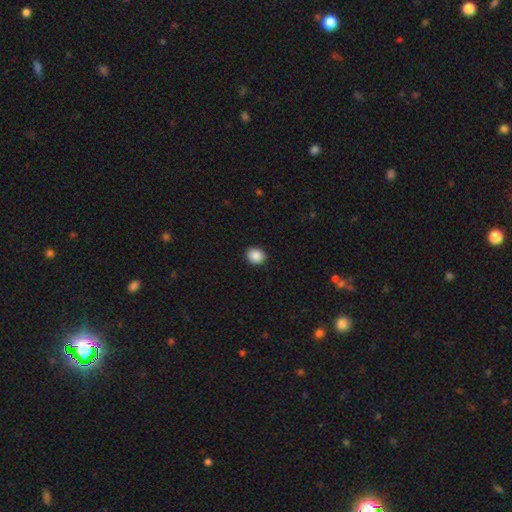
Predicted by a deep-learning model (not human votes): A smooth galaxy with no disk features (89%) that is round (65%). Merging: none (92%).